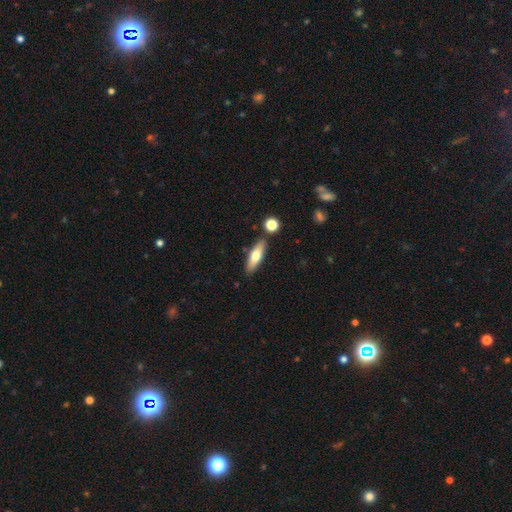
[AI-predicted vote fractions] Morphology: type=smooth (63%); roundness=cigar-shaped (55%); merging=none (82%).